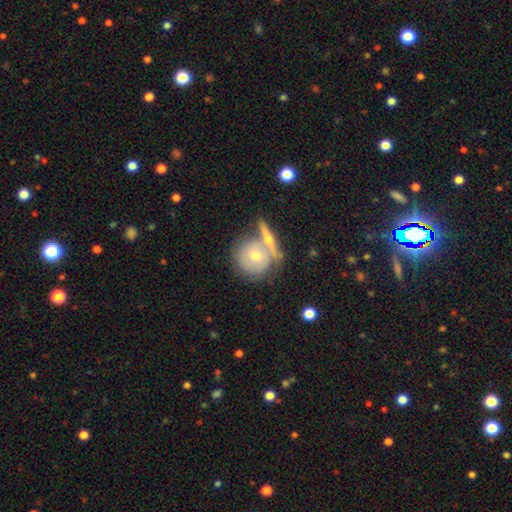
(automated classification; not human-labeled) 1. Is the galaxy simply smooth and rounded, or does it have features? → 47% featured or disk, 46% smooth, 7% star or artifact.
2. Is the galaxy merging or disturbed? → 51% none, 31% merger, 13% minor disturbance, 5% major disturbance.